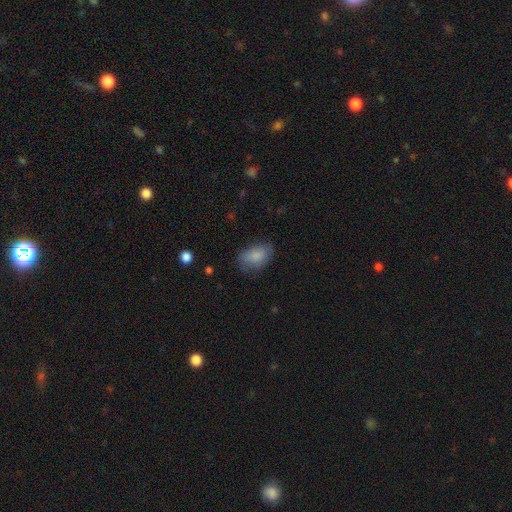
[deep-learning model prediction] Morphology: type=smooth (83%); roundness=in between (90%); merging=none (68%).